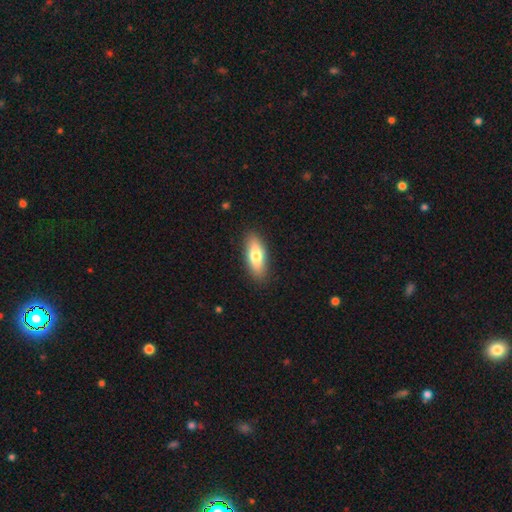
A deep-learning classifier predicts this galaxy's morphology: Smooth or featured? Predicted: smooth (p=0.74). How rounded? Predicted: in between (p=0.71). Merging? Predicted: none (p=0.88).